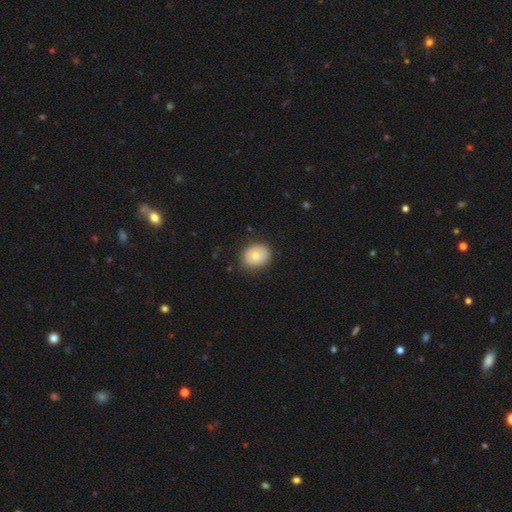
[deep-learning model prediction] Q: Smooth or featured?
A: smooth (75%); runner-up: featured or disk (17%)
Q: How rounded?
A: round (64%); runner-up: in between (35%)
Q: Merging?
A: none (85%); runner-up: minor disturbance (11%)